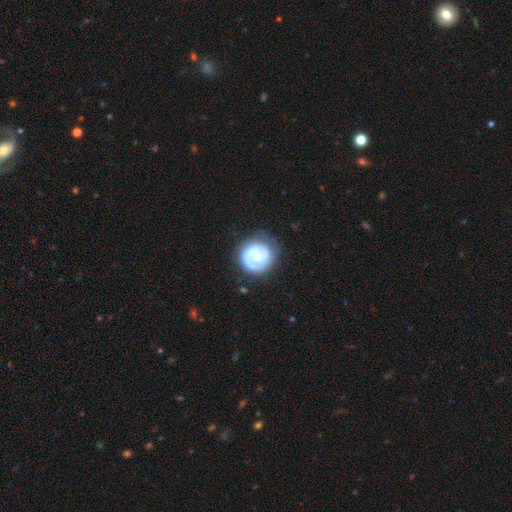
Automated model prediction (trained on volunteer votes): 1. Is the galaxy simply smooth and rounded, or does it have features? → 67% featured or disk, 28% smooth, 6% star or artifact.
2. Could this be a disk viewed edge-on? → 98% no, 2% yes.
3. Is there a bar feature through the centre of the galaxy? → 62% no, 32% weak, 6% strong.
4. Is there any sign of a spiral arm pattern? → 90% yes, 10% no.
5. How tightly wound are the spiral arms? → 59% tight, 30% medium, 11% loose.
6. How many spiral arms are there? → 42% 1, 38% 2, 13% can't tell, 4% 3, 2% 4, 2% more than 4.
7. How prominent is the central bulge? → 41% small, 31% moderate, 16% none, 9% large, 2% dominant.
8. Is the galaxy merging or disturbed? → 71% none, 18% minor disturbance, 9% major disturbance, 2% merger.